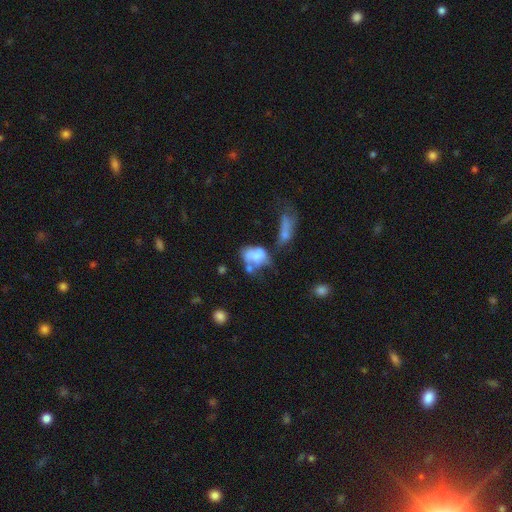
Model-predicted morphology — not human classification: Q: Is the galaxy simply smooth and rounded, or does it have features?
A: smooth — 55%.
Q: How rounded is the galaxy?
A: in between — 79%.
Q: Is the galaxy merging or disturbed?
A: merger — 40%.